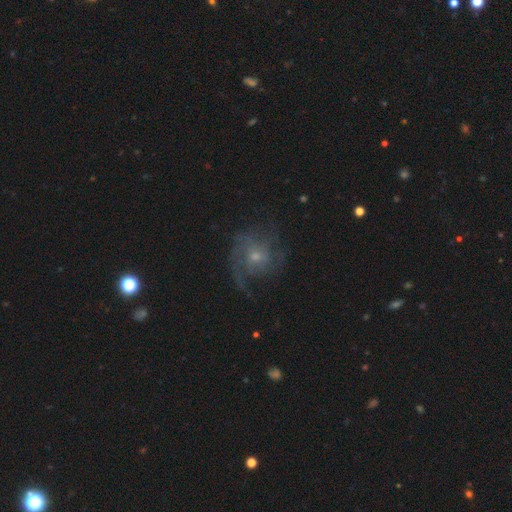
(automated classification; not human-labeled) featured or disk 72%, smooth 18%, star or artifact 10%. Down the decision tree: edge-on disk — no (97%); bar — no (72%); spiral arms — yes (86%); spiral arm count — can't tell (34%); spiral winding — medium (42%); bulge size — small (57%); merging — none (58%).